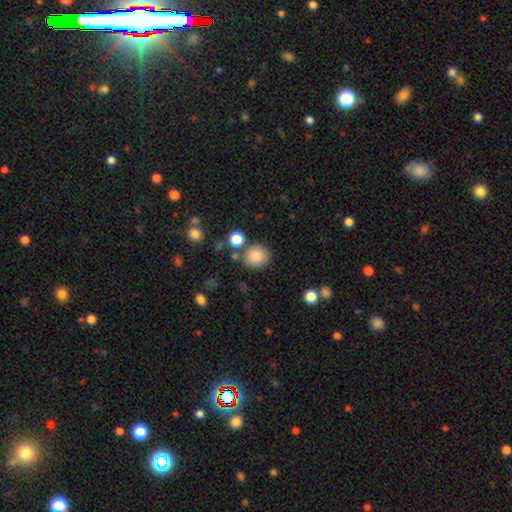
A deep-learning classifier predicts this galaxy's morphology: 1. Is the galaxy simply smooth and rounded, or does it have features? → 84% smooth, 10% star or artifact, 6% featured or disk.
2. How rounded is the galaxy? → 86% round, 13% in between, 1% cigar-shaped.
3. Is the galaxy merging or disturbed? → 79% none, 10% minor disturbance, 8% merger, 3% major disturbance.